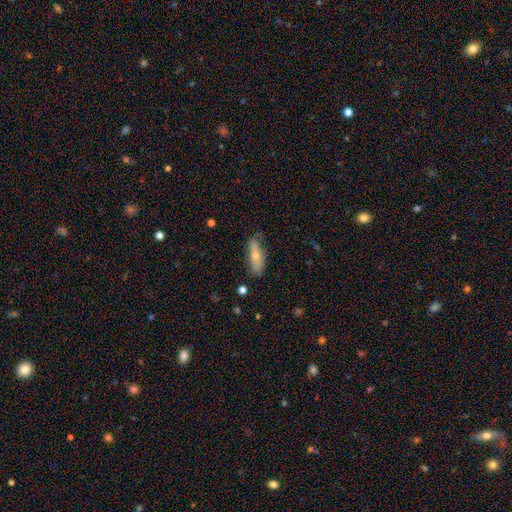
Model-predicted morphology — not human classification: Smooth or featured? Predicted: smooth (p=0.54). How rounded? Predicted: in between (p=0.56). Merging? Predicted: none (p=0.72).